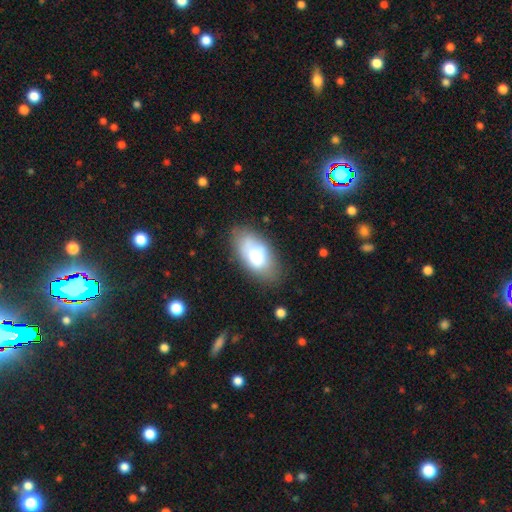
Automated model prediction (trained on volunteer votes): smooth-or-featured: smooth: 73% | featured or disk: 19% | star or artifact: 8%
  how-rounded: in between: 93% | round: 4% | cigar-shaped: 3%
  merging: none: 65% | minor disturbance: 22% | major disturbance: 9% | merger: 4%